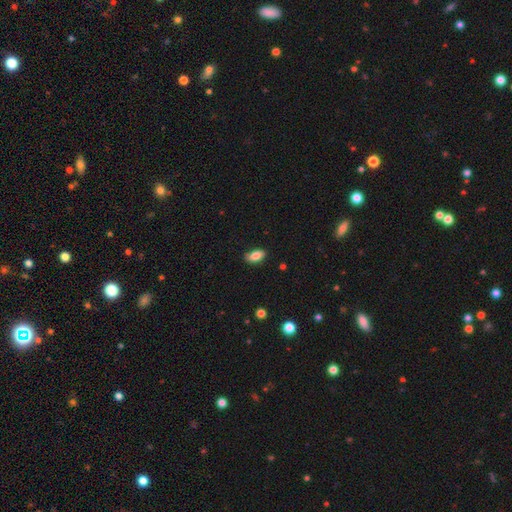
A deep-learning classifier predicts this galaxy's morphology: The model was most divided on "merging": none: 82%, minor disturbance: 15%, major disturbance: 3%, merger: 1%. More confident: how rounded — in between (91%); smooth or featured — smooth (84%).